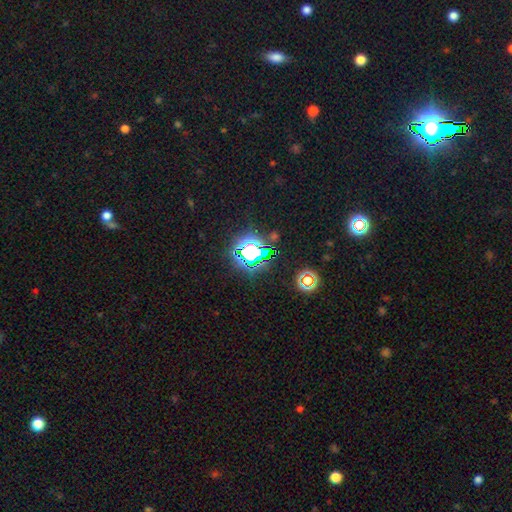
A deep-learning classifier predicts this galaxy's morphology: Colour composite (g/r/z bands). It shows a star or artifact, not a galaxy (73%).